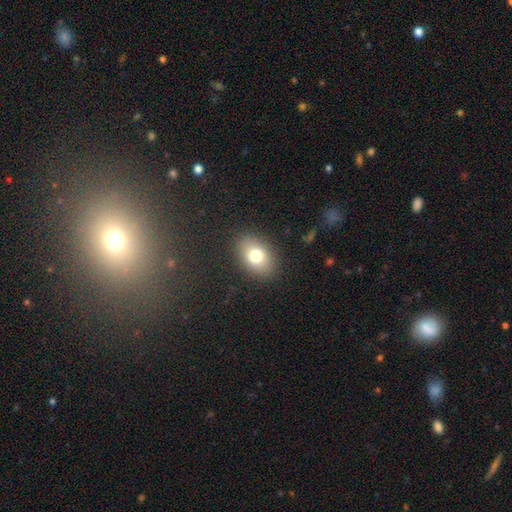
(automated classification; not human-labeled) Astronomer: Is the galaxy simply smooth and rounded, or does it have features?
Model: smooth — 77%.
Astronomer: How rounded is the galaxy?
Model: in between — 78%.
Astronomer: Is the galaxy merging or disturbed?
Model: none — 87%.